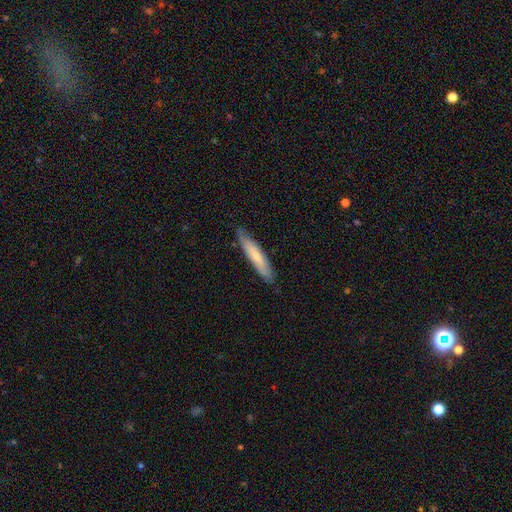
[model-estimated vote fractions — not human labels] This is likely a smooth galaxy (64%). How rounded: clearly cigar-shaped (88%). Merging: clearly none (84%).